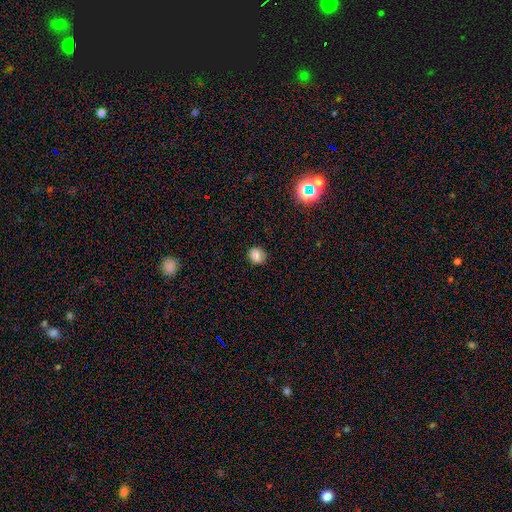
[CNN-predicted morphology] The model was most divided on "how rounded": round: 71%, in between: 28%, cigar-shaped: 1%. More confident: smooth or featured — smooth (82%); merging — none (81%).